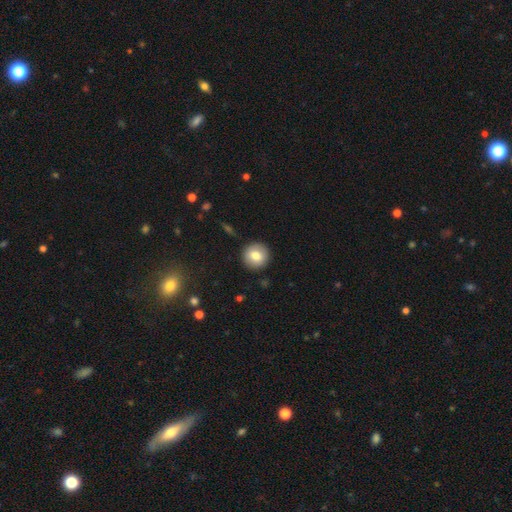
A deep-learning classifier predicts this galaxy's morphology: Overall: smooth (79%). How rounded: round (94%). Merging: none (91%).